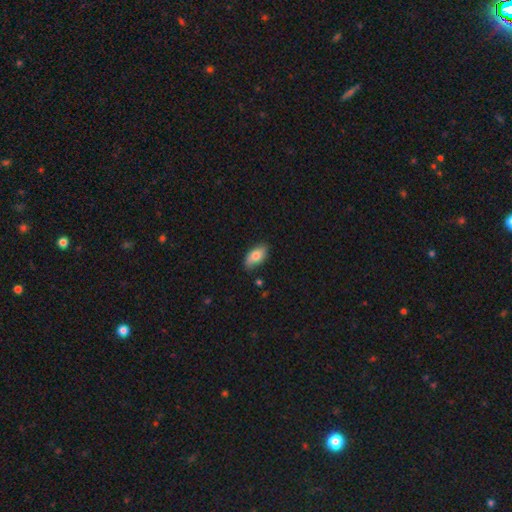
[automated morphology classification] smooth-or-featured: smooth: 78% | featured or disk: 15% | star or artifact: 7%
  how-rounded: in between: 90% | cigar-shaped: 6% | round: 3%
  merging: none: 82% | minor disturbance: 14% | major disturbance: 2% | merger: 2%